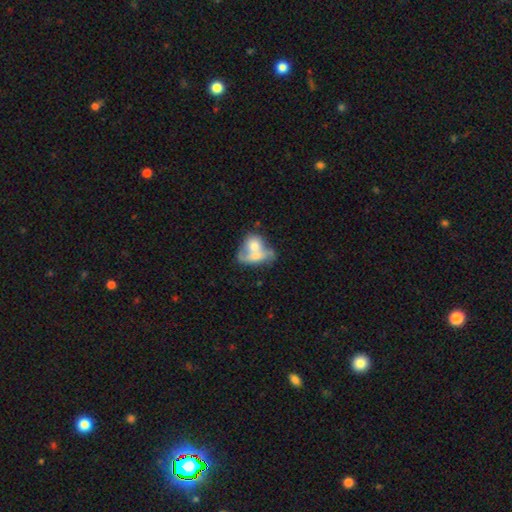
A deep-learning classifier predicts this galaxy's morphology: Overall: smooth (58%; featured or disk 34%). How rounded: in between (69%). Merging: merger (67%).